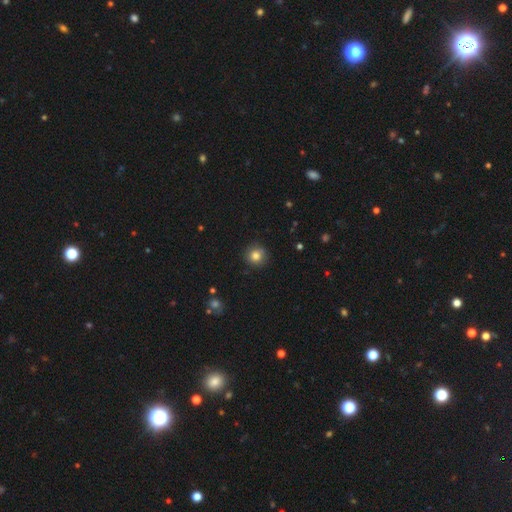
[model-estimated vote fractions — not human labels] The model was most divided on "smooth or featured": smooth: 82%, star or artifact: 11%, featured or disk: 7%. More confident: how rounded — round (94%); merging — none (90%).